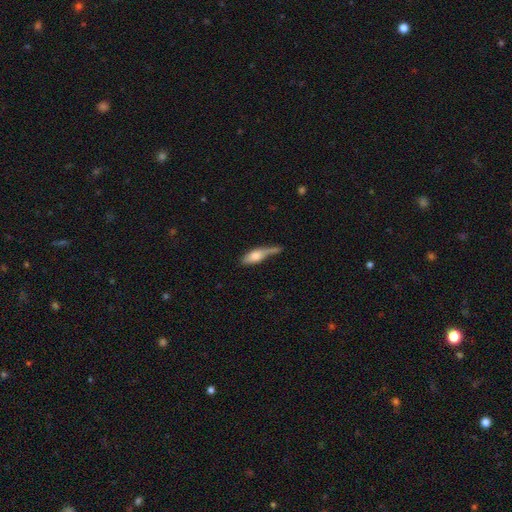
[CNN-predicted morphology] The model was most divided on "merging": none: 31%, minor disturbance: 30%, major disturbance: 24%, merger: 16%. More confident: smooth or featured — smooth (64%); how rounded — in between (55%).